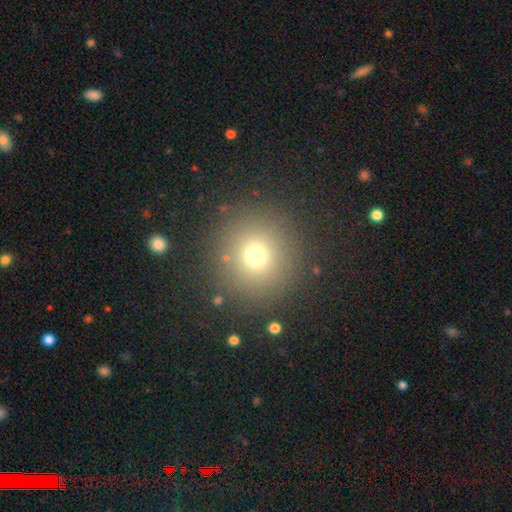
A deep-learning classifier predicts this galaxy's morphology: Smooth or featured?
  - smooth: 70% *
  - star or artifact: 21%
  - featured or disk: 9%
How rounded?
  - round: 94% *
  - in between: 5%
  - cigar-shaped: 1%
Merging?
  - none: 87% *
  - minor disturbance: 6%
  - major disturbance: 4%
  - merger: 2%